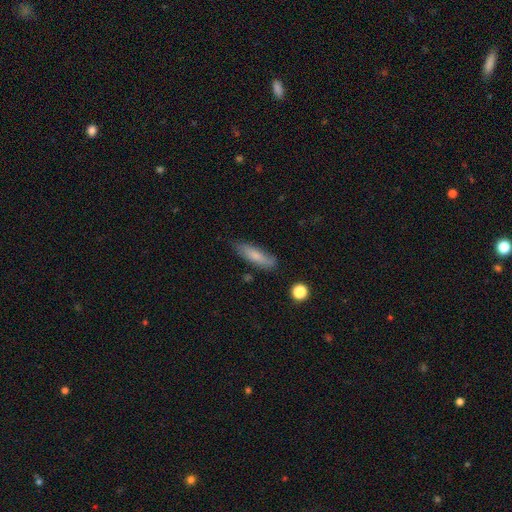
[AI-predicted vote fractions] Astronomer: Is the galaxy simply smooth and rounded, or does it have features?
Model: smooth — 73%.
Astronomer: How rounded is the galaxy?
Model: cigar-shaped — 63%.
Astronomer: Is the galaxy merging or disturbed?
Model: none — 75%.